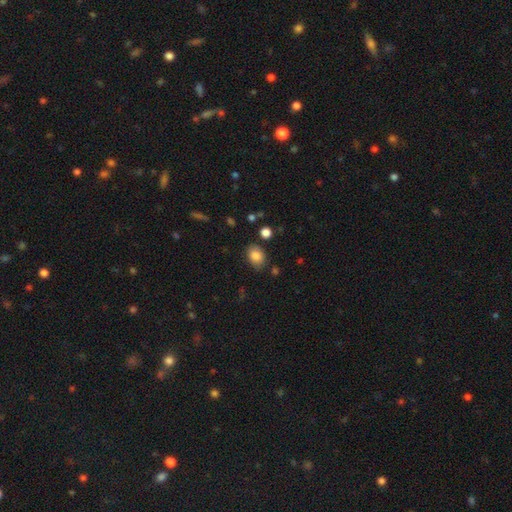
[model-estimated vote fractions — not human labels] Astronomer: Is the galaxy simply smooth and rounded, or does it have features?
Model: smooth — 85%.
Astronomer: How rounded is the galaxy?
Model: in between — 71%.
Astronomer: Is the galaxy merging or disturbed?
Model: none — 79%.